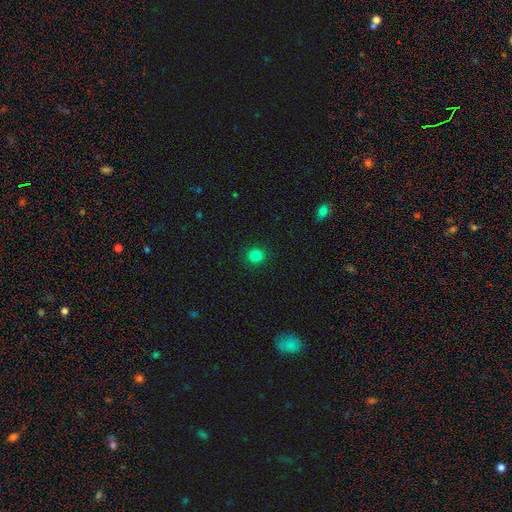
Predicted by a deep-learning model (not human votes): Q: Smooth or featured?
A: smooth (82%); runner-up: star or artifact (14%)
Q: How rounded?
A: round (90%); runner-up: in between (9%)
Q: Merging?
A: none (92%); runner-up: minor disturbance (6%)